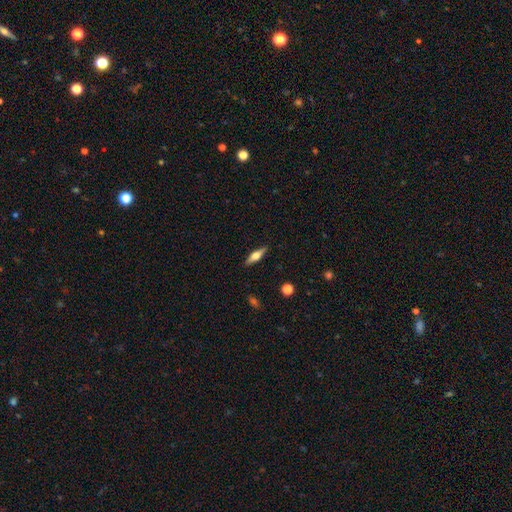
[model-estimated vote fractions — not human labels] This is possibly a featured or disk galaxy (52%). It is clearly viewed edge-on (94%). Merging: clearly none (89%).